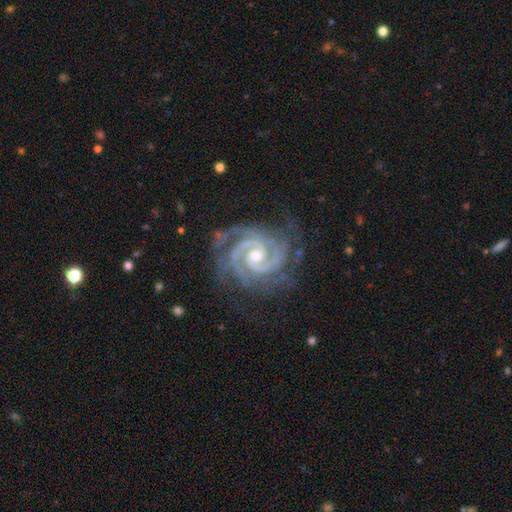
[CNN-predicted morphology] featured or disk 94%, star or artifact 4%, smooth 2%. Down the decision tree: edge-on disk — no (98%); bar — no (48%); spiral arms — yes (99%); spiral arm count — 2 (68%); spiral winding — tight (75%); bulge size — moderate (54%); merging — none (75%).